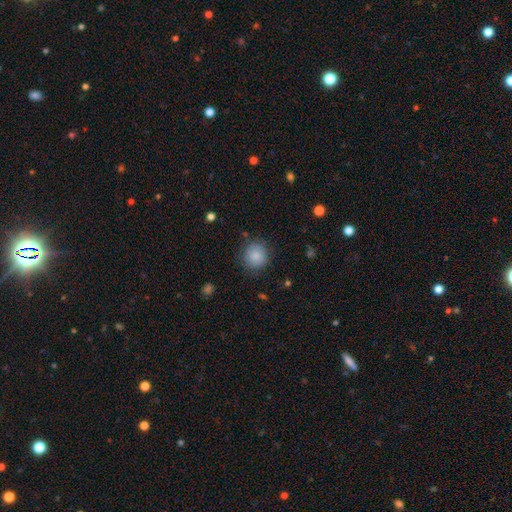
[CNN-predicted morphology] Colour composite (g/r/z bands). It shows a smooth galaxy with no disk features (85%) that is round (91%). Merging: none (83%).